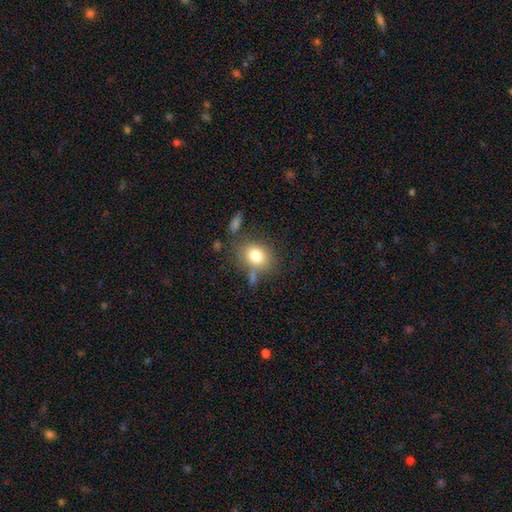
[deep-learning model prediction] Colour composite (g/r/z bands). It shows a smooth galaxy with no disk features (79%) that is round (49%, tied with in between). Merging: none (65%).